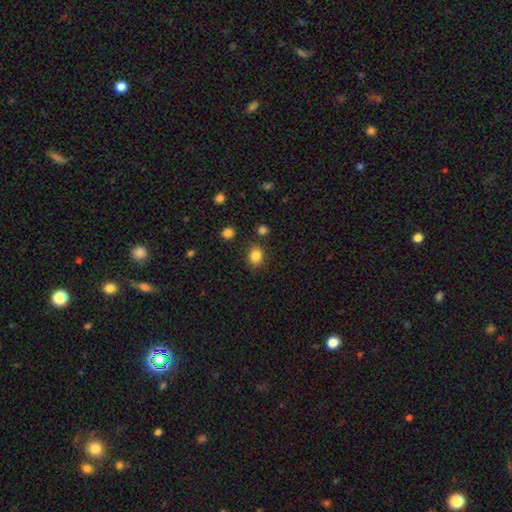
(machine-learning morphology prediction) Smooth or featured? Predicted: smooth (p=0.84). How rounded? Predicted: in between (p=0.51). Merging? Predicted: none (p=0.83).